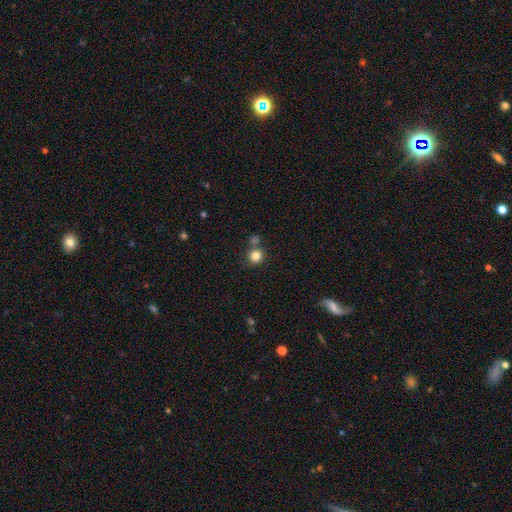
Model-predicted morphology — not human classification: This appears to be a smooth galaxy with no disk features (83%) that is round (90%). Merging: none (68%).